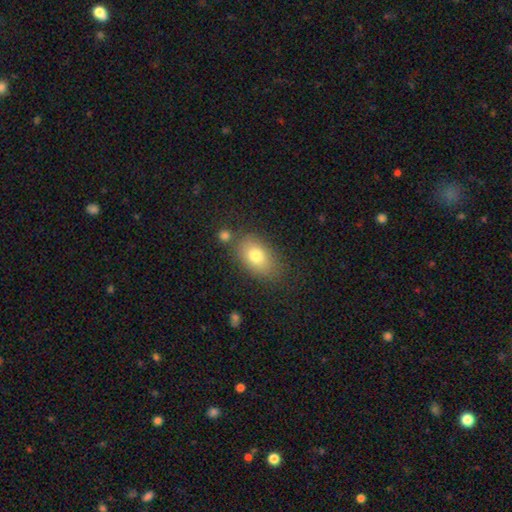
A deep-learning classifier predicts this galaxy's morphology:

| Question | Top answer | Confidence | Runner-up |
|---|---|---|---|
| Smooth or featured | smooth | 78% | featured or disk (14%) |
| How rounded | in between | 87% | round (11%) |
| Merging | none | 74% | minor disturbance (15%) |